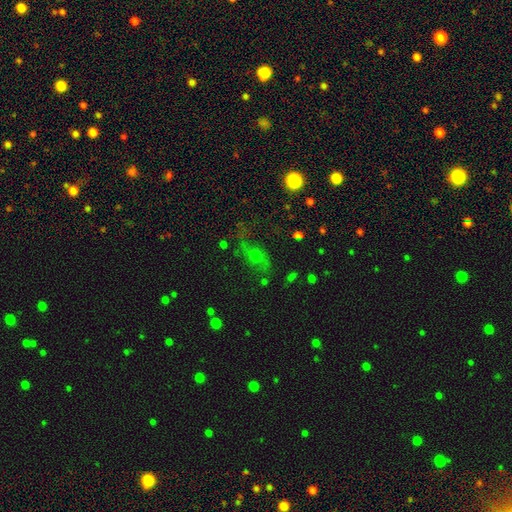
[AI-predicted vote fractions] smooth-or-featured: smooth: 38% (tied) | featured or disk: 38% (tied) | star or artifact: 24%
  merging: none: 55% | major disturbance: 19% | minor disturbance: 19% | merger: 7%